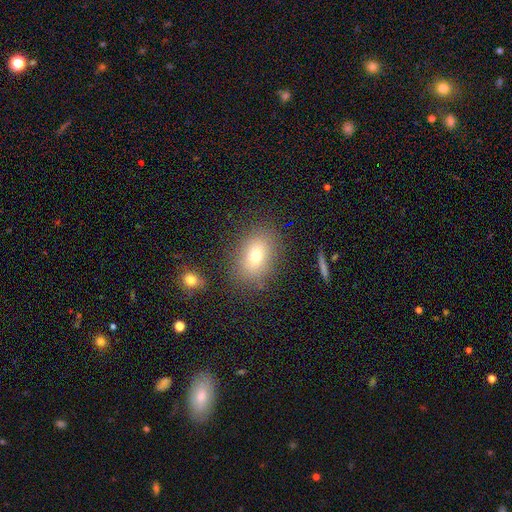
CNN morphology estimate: Smooth or featured: smooth — 70% (featured or disk — 16%)
How rounded: in between — 73% (round — 25%)
Merging: none — 82% (minor disturbance — 11%)